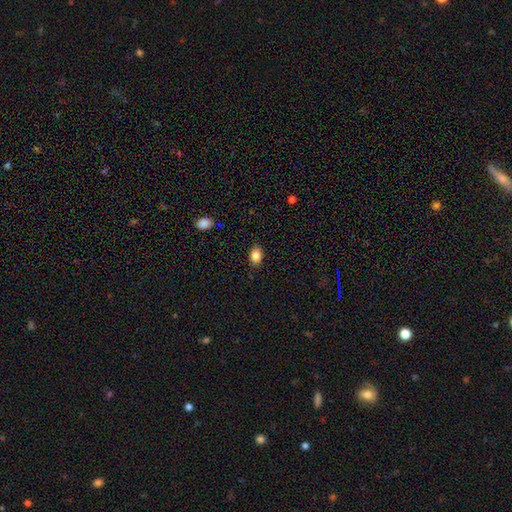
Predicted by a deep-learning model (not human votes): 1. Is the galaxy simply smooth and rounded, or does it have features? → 85% smooth, 9% star or artifact, 6% featured or disk.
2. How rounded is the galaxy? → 78% in between, 21% round, 1% cigar-shaped.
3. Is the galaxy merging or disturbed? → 86% none, 10% minor disturbance, 2% major disturbance, 1% merger.